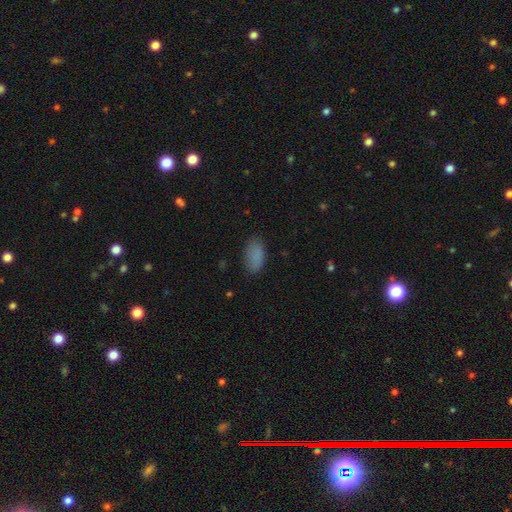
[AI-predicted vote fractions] Q: Smooth or featured?
A: smooth (86%); runner-up: star or artifact (8%)
Q: How rounded?
A: in between (93%); runner-up: cigar-shaped (4%)
Q: Merging?
A: none (80%); runner-up: minor disturbance (15%)